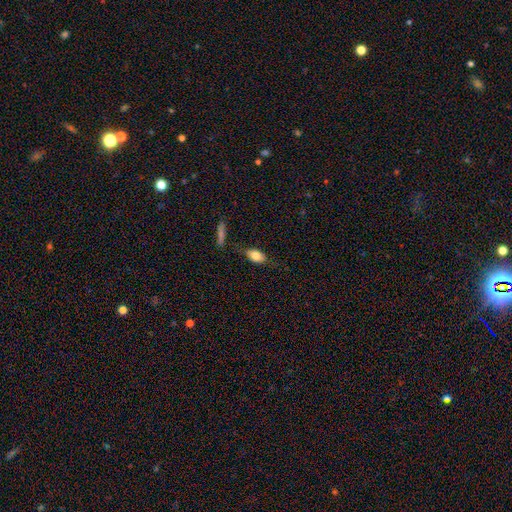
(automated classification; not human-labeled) This is likely a smooth galaxy (76%). How rounded: clearly in between (86%). Merging: likely none (69%).